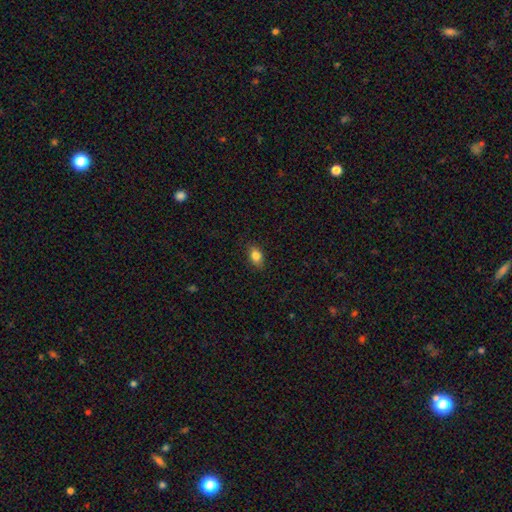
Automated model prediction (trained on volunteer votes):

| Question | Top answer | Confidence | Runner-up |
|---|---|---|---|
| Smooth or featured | smooth | 84% | star or artifact (9%) |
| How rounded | in between | 81% | round (17%) |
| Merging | none | 85% | minor disturbance (12%) |